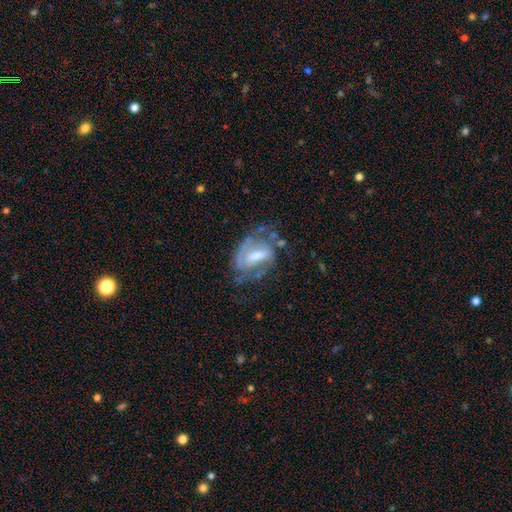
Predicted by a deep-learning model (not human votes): Smooth or featured? featured or disk (76%)
Edge-on disk? no (94%)
Bar? weak (47%)
Spiral arms? yes (79%)
Spiral winding? tight (42%)
Spiral arm count? 2 (45%)
Bulge size? moderate (53%)
Merging? none (48%)